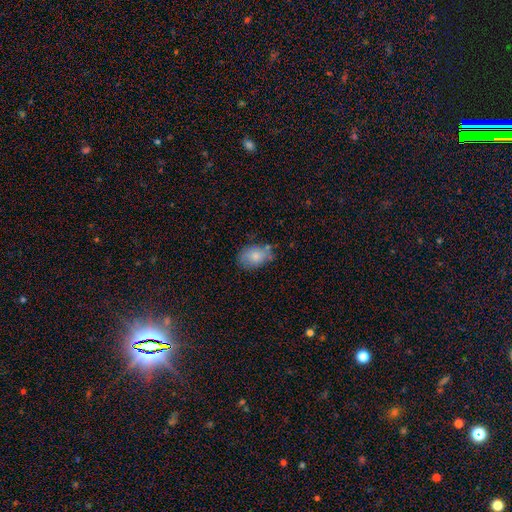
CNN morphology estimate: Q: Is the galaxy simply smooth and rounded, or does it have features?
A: smooth — 82%.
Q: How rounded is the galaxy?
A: in between — 79%.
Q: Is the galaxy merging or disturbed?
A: none — 64%.